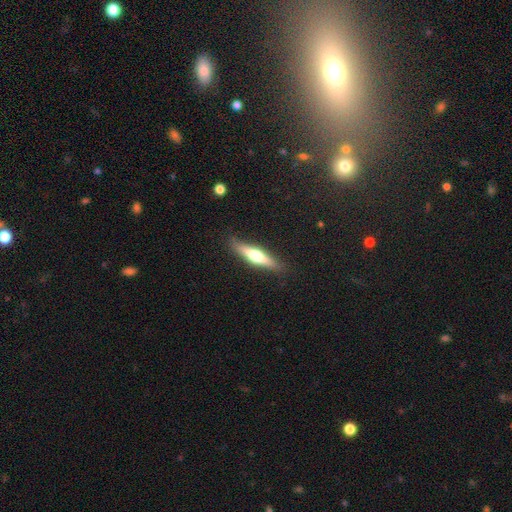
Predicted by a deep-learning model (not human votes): The model was most divided on "smooth or featured": featured or disk: 56%, smooth: 38%, star or artifact: 6%. More confident: edge-on disk — yes (94%); edge-on bulge — rounded (91%); merging — none (87%).